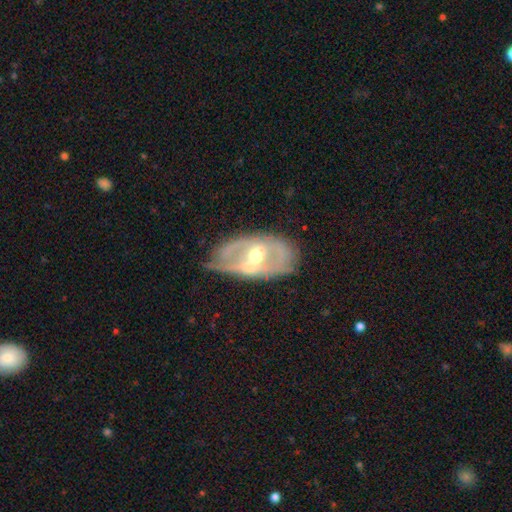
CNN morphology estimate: This is likely a featured or disk galaxy (77%). It is clearly not viewed edge-on (91%). Bar: marginally weak (38%). Spiral arm pattern: likely yes (63%). Central bulge: likely moderate (72%). Merging: possibly none (56%).